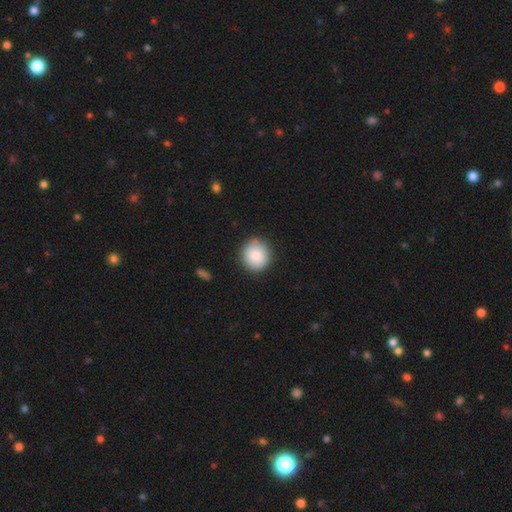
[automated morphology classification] type=smooth (83%); roundness=round (91%); merging=none (87%).